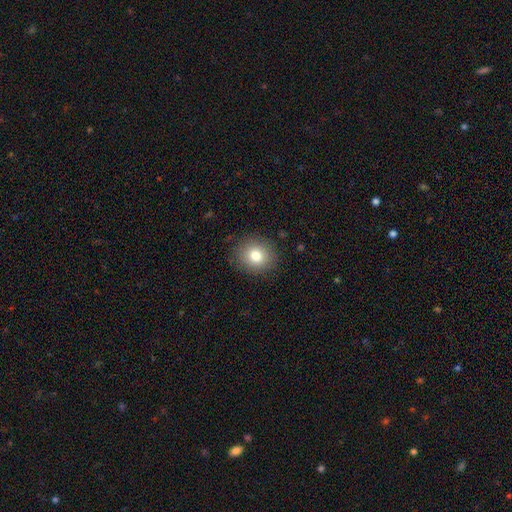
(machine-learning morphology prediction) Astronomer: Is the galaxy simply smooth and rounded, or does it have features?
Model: smooth — 80%.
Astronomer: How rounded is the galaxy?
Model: round — 81%.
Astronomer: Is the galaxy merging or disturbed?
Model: none — 88%.